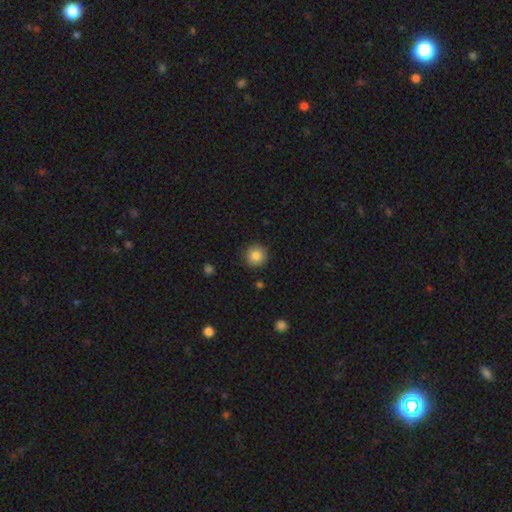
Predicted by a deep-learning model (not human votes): smooth 85%, star or artifact 9%, featured or disk 6%. Down the decision tree: how rounded — round (94%); merging — none (91%).